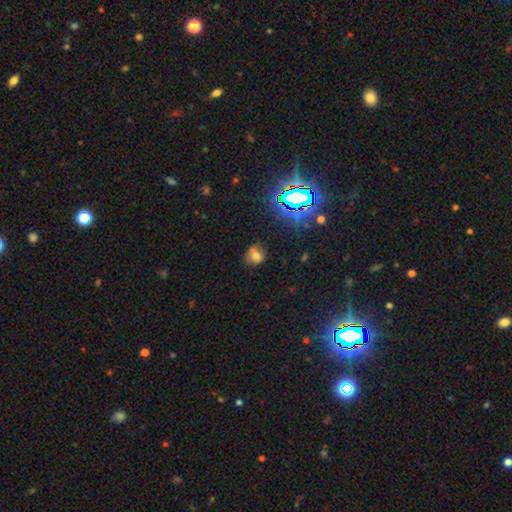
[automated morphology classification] Overall: smooth (64%). How rounded: round (66%; in between 33%). Merging: none (60%; minor disturbance 24%).